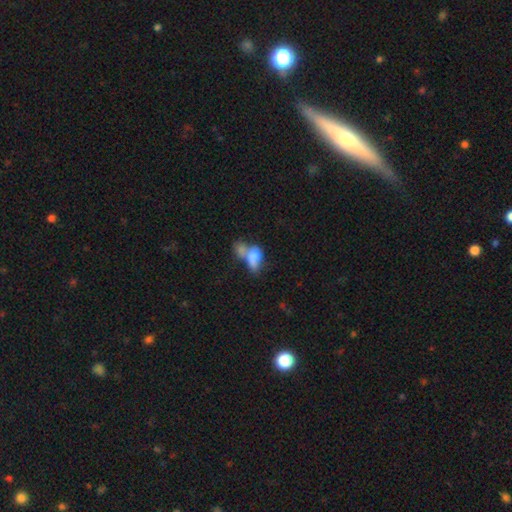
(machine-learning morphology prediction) Overall: smooth (67%). How rounded: in between (81%). Merging: merger (65%).